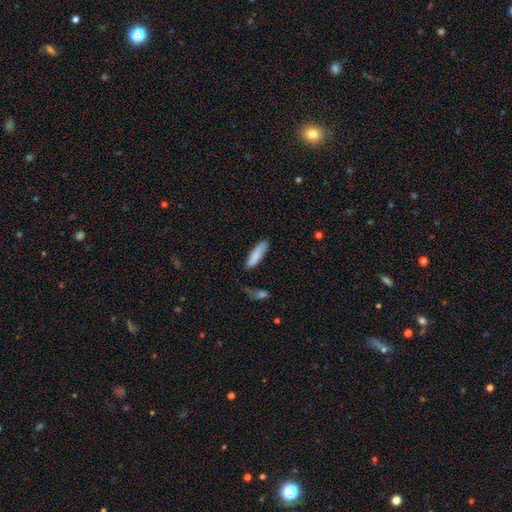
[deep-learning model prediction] Overall: smooth (85%). How rounded: cigar-shaped (58%; in between 40%). Merging: none (72%).